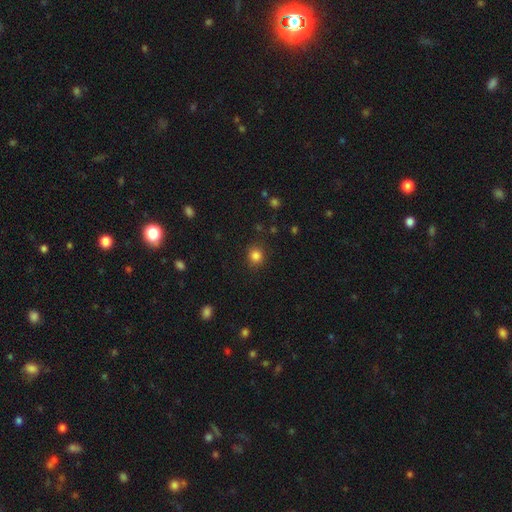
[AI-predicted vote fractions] Smooth or featured: smooth — 83% (star or artifact — 12%)
How rounded: round — 86% (in between — 13%)
Merging: none — 88% (minor disturbance — 8%)